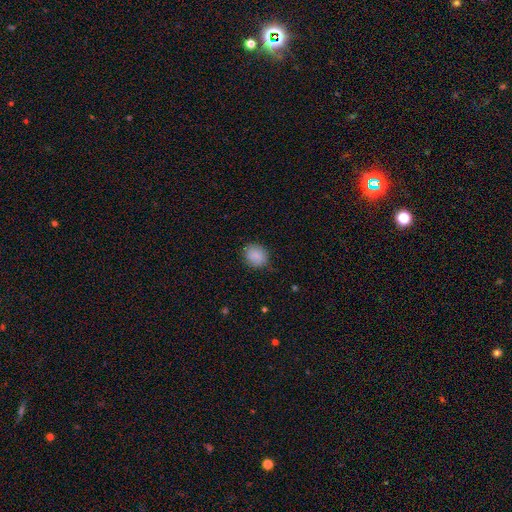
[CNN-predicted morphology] Smooth or featured?
  - smooth: 87% *
  - star or artifact: 8%
  - featured or disk: 5%
How rounded?
  - round: 70% *
  - in between: 29%
  - cigar-shaped: 1%
Merging?
  - none: 79% *
  - minor disturbance: 16%
  - major disturbance: 4%
  - merger: 1%